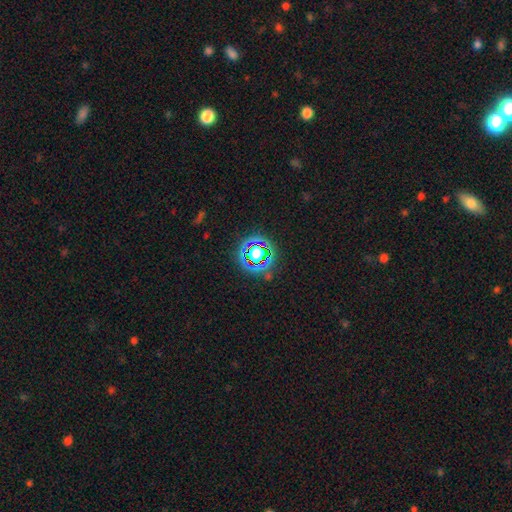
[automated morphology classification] A star or artifact, not a galaxy (75%).

Vote fractions:
- Smooth or featured? star or artifact: 75% / smooth: 14% / featured or disk: 10%